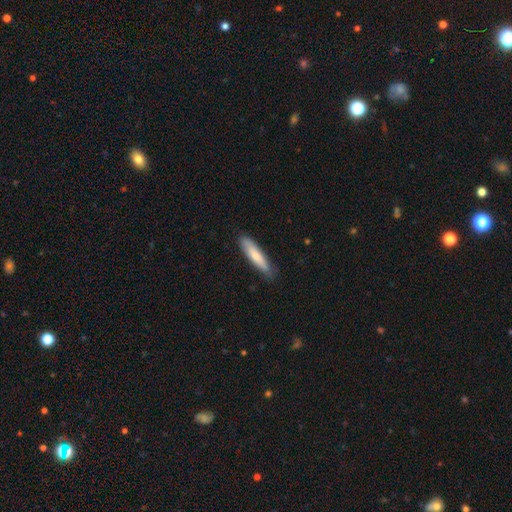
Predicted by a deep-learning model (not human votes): Smooth or featured? Predicted: smooth (p=0.75). How rounded? Predicted: cigar-shaped (p=0.80). Merging? Predicted: none (p=0.82).